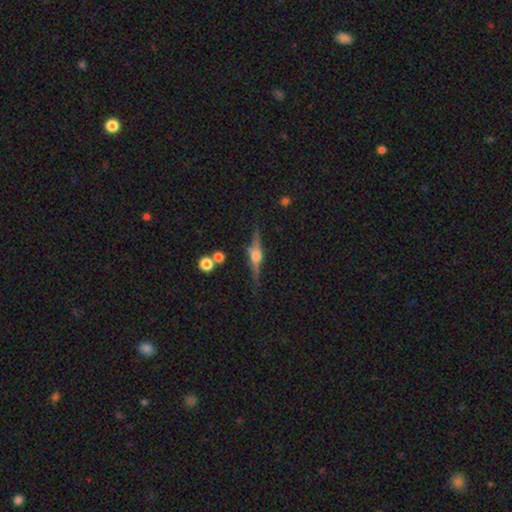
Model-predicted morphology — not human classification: Overall: featured or disk (80%). Edge-on disk: yes (97%). Edge-on bulge: rounded (92%). Merging: none (84%).